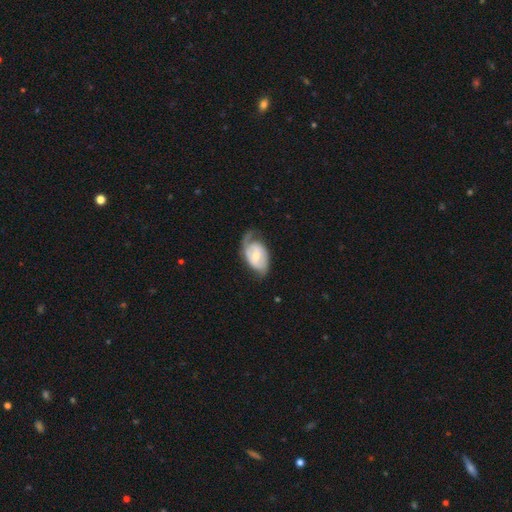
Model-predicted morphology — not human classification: Smooth or featured? Predicted: featured or disk (p=0.66). Edge-on disk? Predicted: no (p=0.95). Bar? Predicted: no (p=0.50). Spiral arms? Predicted: yes (p=0.77). Bulge size? Predicted: moderate (p=0.53). Merging? Predicted: none (p=0.44).